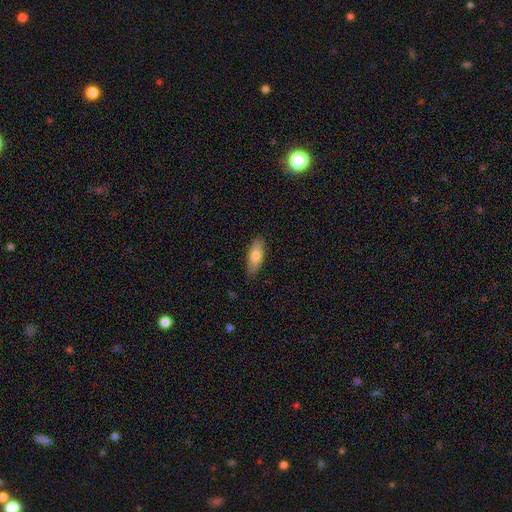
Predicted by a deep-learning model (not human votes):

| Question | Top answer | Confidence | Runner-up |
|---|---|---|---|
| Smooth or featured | smooth | 75% | featured or disk (19%) |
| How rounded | in between | 70% | cigar-shaped (27%) |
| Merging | none | 84% | minor disturbance (13%) |